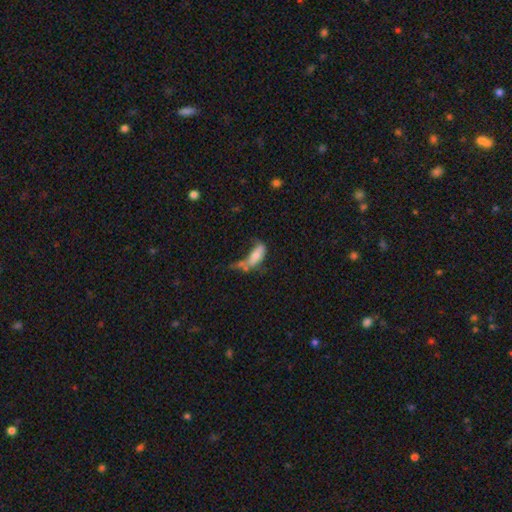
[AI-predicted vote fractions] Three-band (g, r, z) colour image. It shows a smooth galaxy with no disk features (67%) that is in between round and cigar-shaped (71%). Merging: major disturbance (28%).